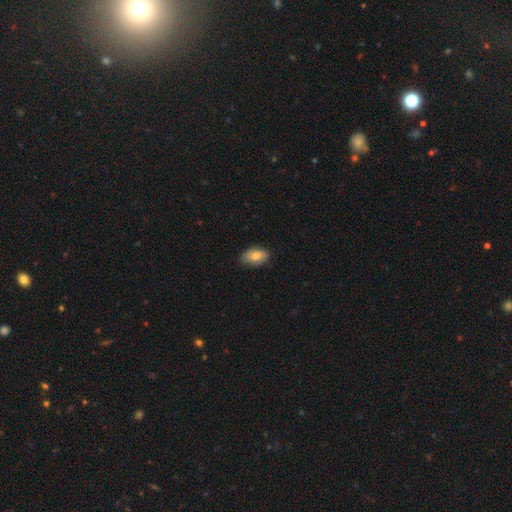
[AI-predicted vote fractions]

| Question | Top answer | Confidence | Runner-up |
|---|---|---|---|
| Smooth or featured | smooth | 77% | featured or disk (16%) |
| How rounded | in between | 90% | round (7%) |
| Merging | none | 77% | minor disturbance (19%) |